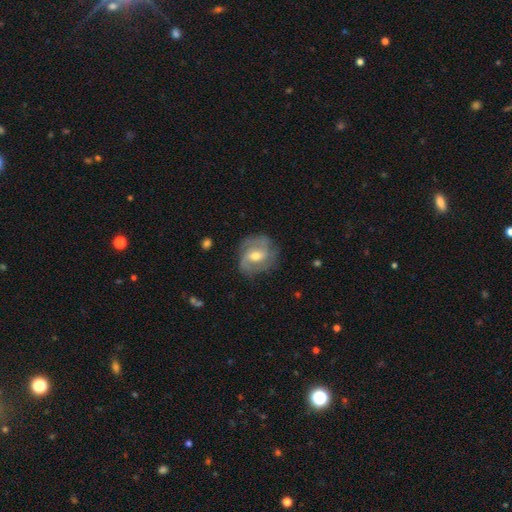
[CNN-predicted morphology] A featured or disk galaxy (77%) with a weak bar (50%), 2 (60%) medium (46%) spiral arms (91%) and a moderate central bulge (67%).

Vote fractions:
- Smooth or featured? featured or disk: 77% / smooth: 17% / star or artifact: 6%
- Edge-on disk? no: 97% / yes: 3%
- Bar? weak: 50% / no: 33% / strong: 17%
- Spiral arms? yes: 91% / no: 9%
- Spiral winding? medium: 46% / tight: 35% / loose: 19%
- Spiral arm count? 2: 60% / 3: 15% / can't tell: 15% / 1: 4% / 4: 3% / more than 4: 2%
- Bulge size? moderate: 67% / small: 27% / large: 4% / none: 1% / dominant: 1%
- Merging? none: 72% / minor disturbance: 19% / major disturbance: 8% / merger: 1%